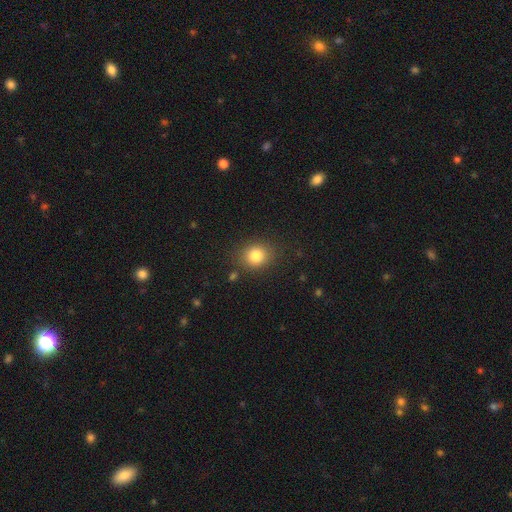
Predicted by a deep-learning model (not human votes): The model was most divided on "how rounded": round: 72%, in between: 27%, cigar-shaped: 1%. More confident: merging — none (84%); smooth or featured — smooth (82%).